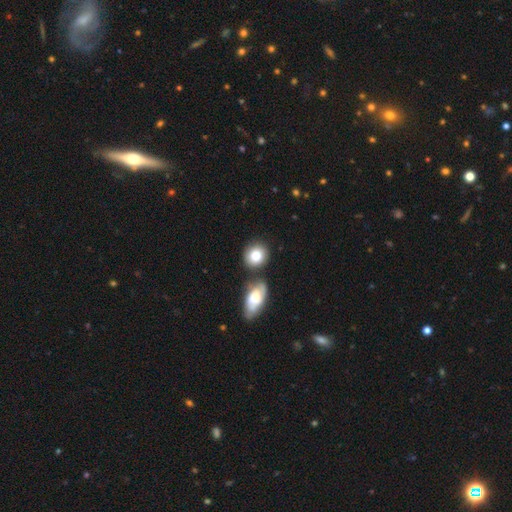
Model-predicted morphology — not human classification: Overall: smooth (81%). How rounded: round (70%). Merging: none (65%).